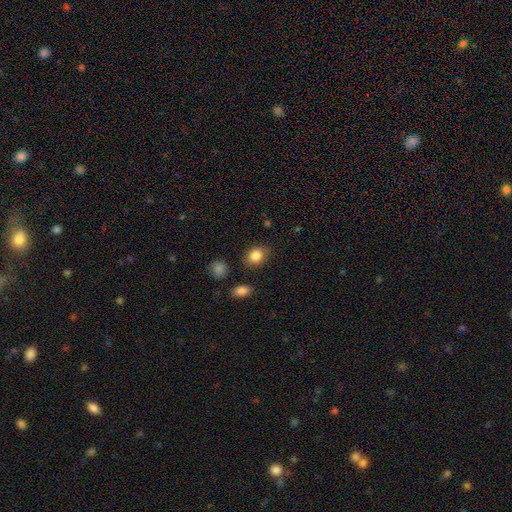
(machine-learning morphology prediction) Q: Smooth or featured?
A: smooth (86%); runner-up: star or artifact (9%)
Q: How rounded?
A: in between (58%); runner-up: round (40%)
Q: Merging?
A: none (81%); runner-up: minor disturbance (12%)